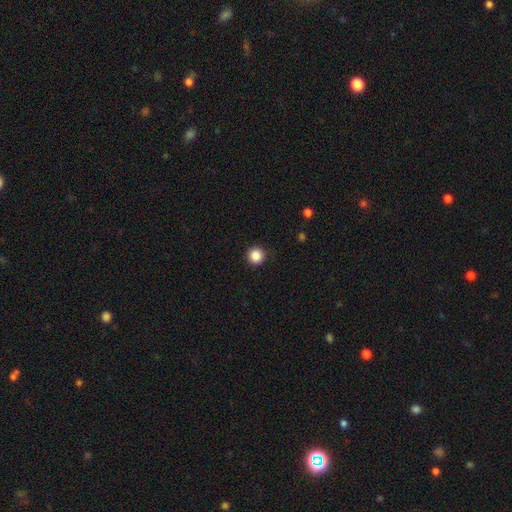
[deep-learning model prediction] Morphology: type=smooth (87%); roundness=round (95%); merging=none (91%).